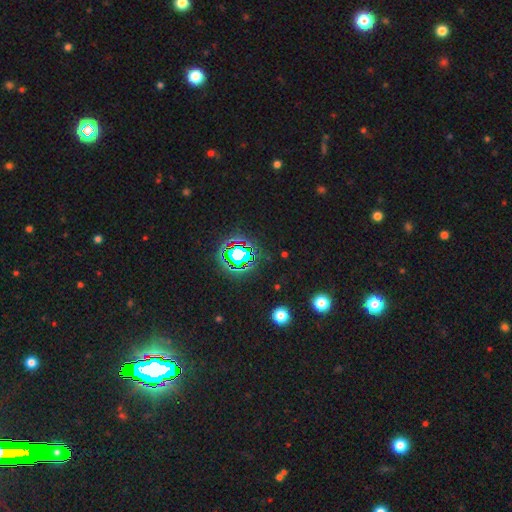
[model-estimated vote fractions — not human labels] The model was most divided on "smooth or featured": star or artifact: 83%, smooth: 10%, featured or disk: 7%.